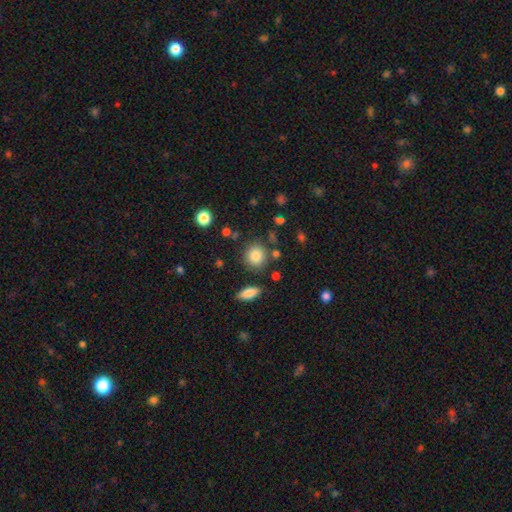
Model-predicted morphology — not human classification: Q: Smooth or featured?
A: smooth (83%); runner-up: star or artifact (9%)
Q: How rounded?
A: round (85%); runner-up: in between (14%)
Q: Merging?
A: none (81%); runner-up: minor disturbance (10%)